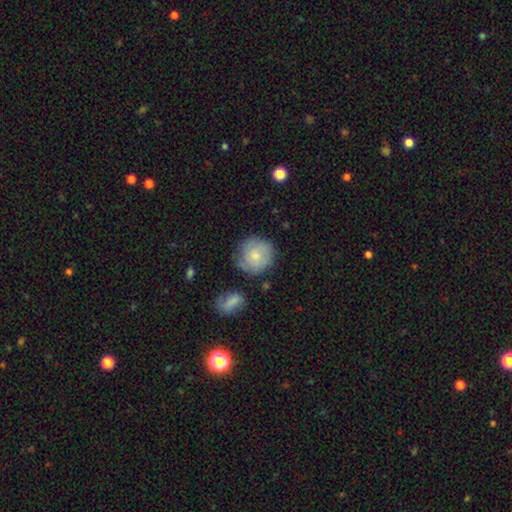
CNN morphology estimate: smooth_or_featured: smooth (p=0.67) [alt: featured or disk p=0.26]
how_rounded: round (p=0.90) [alt: in between p=0.09]
merging: none (p=0.70) [alt: minor disturbance p=0.20]